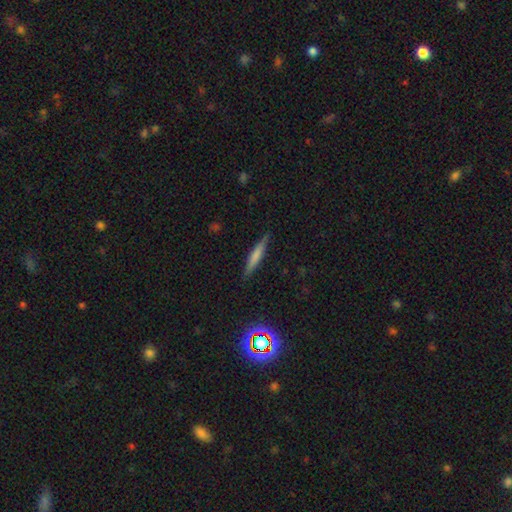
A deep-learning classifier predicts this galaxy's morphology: A smooth galaxy with no disk features (62%) that is cigar-shaped (92%).

Vote fractions:
- Smooth or featured? smooth: 62% / featured or disk: 30% / star or artifact: 8%
- How rounded? cigar-shaped: 92% / in between: 7% / round: 2%
- Merging? none: 88% / minor disturbance: 9% / major disturbance: 2% / merger: 1%